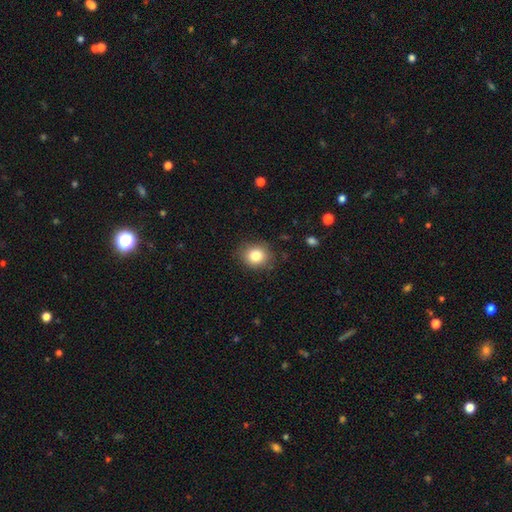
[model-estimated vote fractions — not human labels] Smooth or featured? smooth (82%)
How rounded? round (72%)
Merging? none (85%)